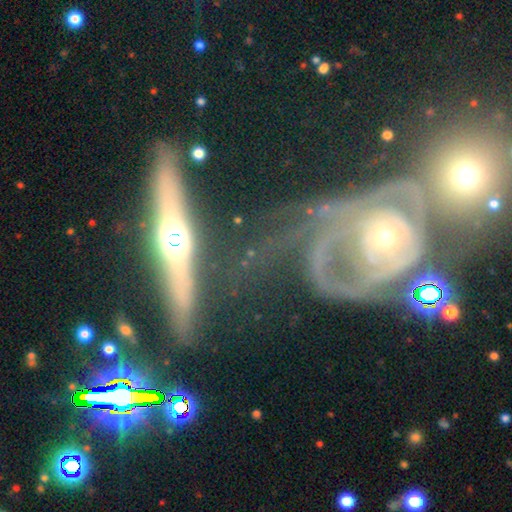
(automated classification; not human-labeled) Smooth or featured? Predicted: featured or disk (p=0.71). Edge-on disk? Predicted: yes (p=0.52). Merging? Predicted: none (p=0.49).